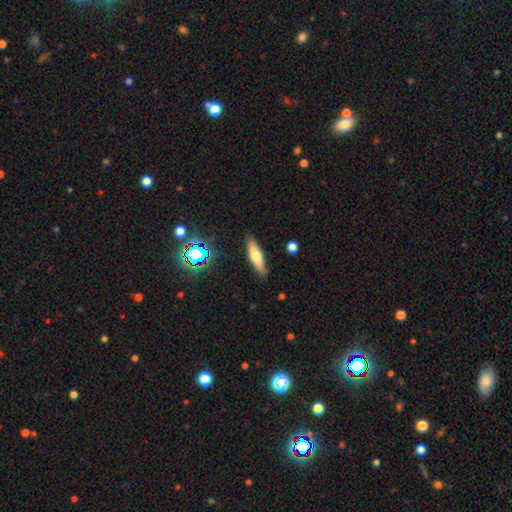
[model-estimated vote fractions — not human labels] Q: Smooth or featured?
A: smooth (61%); runner-up: featured or disk (30%)
Q: How rounded?
A: cigar-shaped (66%); runner-up: in between (32%)
Q: Merging?
A: none (86%); runner-up: minor disturbance (10%)